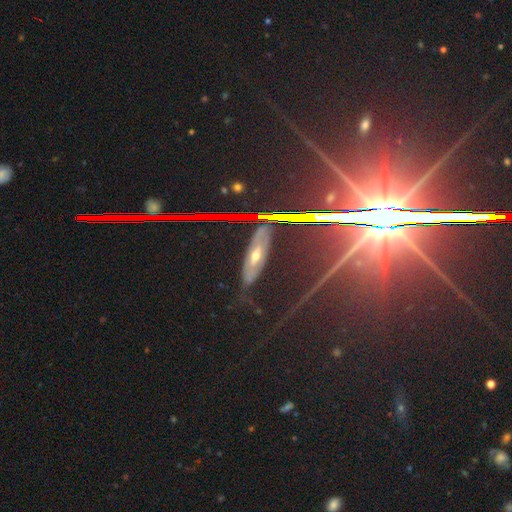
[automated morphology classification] featured or disk 48%, star or artifact 30%, smooth 23%. Down the decision tree: merging — none (78%).